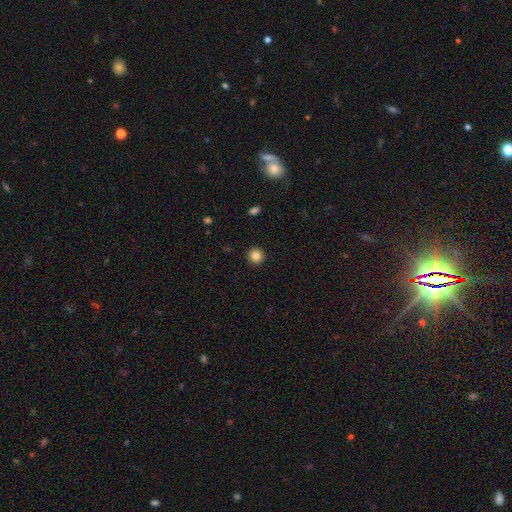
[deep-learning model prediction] Morphology: type=smooth (85%); roundness=round (94%); merging=none (93%).